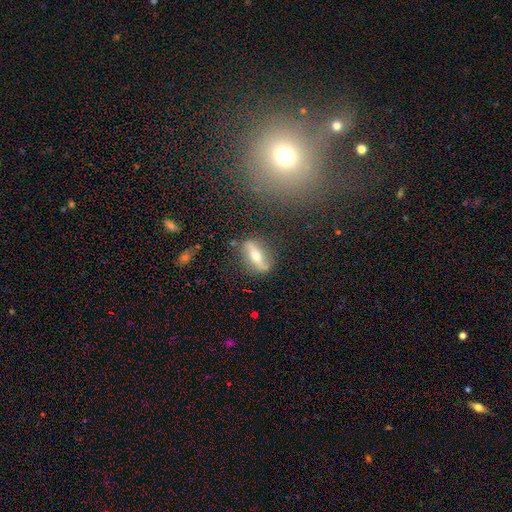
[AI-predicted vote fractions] Smooth or featured? featured or disk (68%)
Edge-on disk? no (50%, tied with yes)
Merging? none (81%)